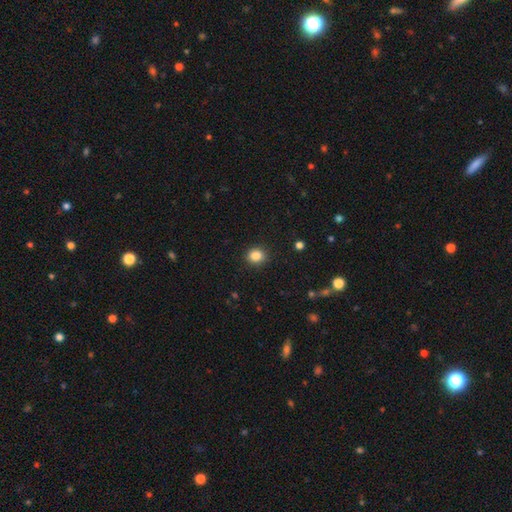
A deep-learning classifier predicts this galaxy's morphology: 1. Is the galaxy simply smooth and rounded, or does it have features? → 86% smooth, 10% star or artifact, 4% featured or disk.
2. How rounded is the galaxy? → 73% round, 26% in between, 1% cigar-shaped.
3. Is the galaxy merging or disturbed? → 90% none, 7% minor disturbance, 2% major disturbance, 1% merger.